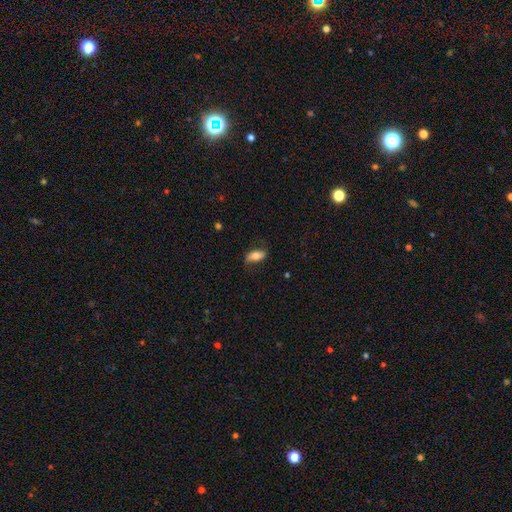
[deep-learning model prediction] The model was most divided on "smooth or featured": smooth: 70%, featured or disk: 24%, star or artifact: 7%. More confident: how rounded — in between (81%); merging — none (73%).